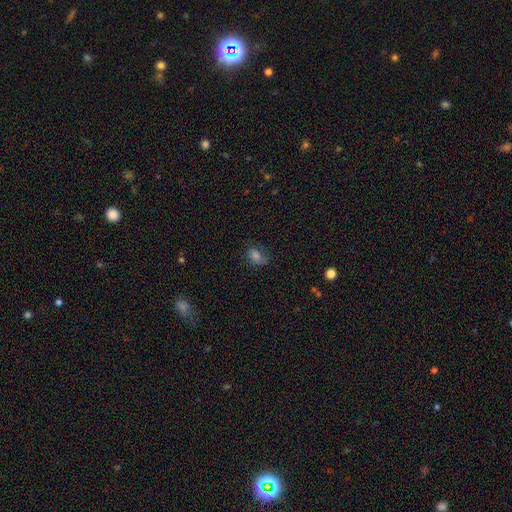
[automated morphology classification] Smooth or featured? smooth (63%)
How rounded? in between (72%)
Merging? none (64%)